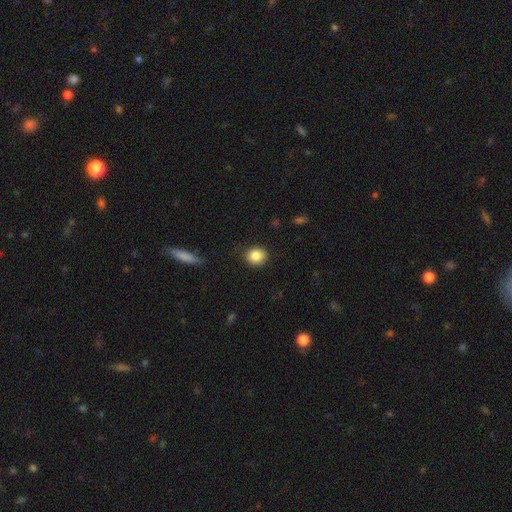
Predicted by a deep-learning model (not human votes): smooth_or_featured: smooth (p=0.85) [alt: star or artifact p=0.09]
how_rounded: round (p=0.80) [alt: in between p=0.19]
merging: none (p=0.87) [alt: minor disturbance p=0.10]